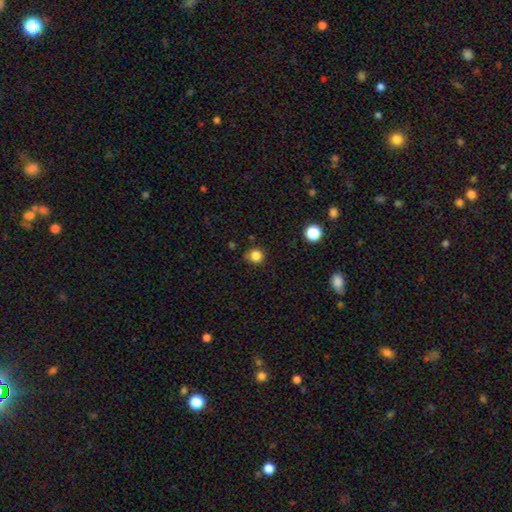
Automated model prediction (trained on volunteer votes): This is clearly a smooth galaxy (83%). How rounded: clearly round (93%). Merging: clearly none (82%).